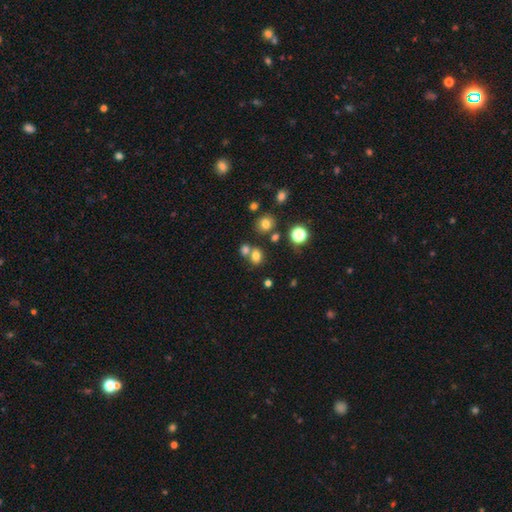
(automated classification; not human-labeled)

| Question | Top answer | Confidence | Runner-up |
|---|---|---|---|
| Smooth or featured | smooth | 74% | star or artifact (18%) |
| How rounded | in between | 53% | round (46%) |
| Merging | none | 54% | merger (31%) |